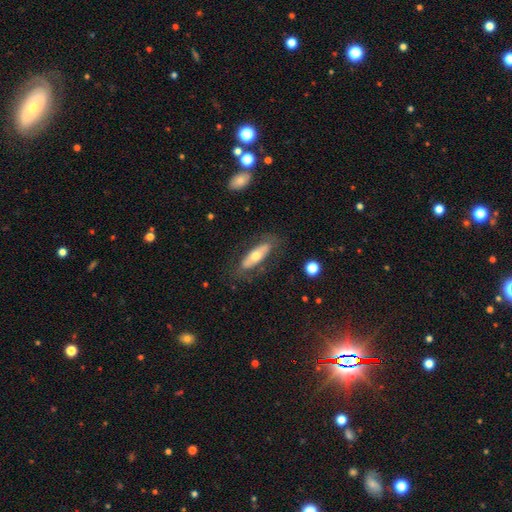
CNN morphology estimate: smooth 49%, featured or disk 45%, star or artifact 6%. Down the decision tree: merging — none (74%).